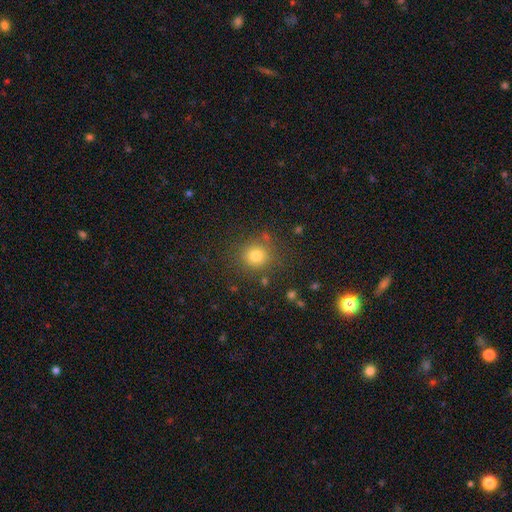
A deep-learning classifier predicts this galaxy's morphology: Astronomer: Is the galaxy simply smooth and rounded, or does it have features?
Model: smooth — 78%.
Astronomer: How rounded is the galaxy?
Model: round — 89%.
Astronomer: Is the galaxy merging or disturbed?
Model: none — 83%.